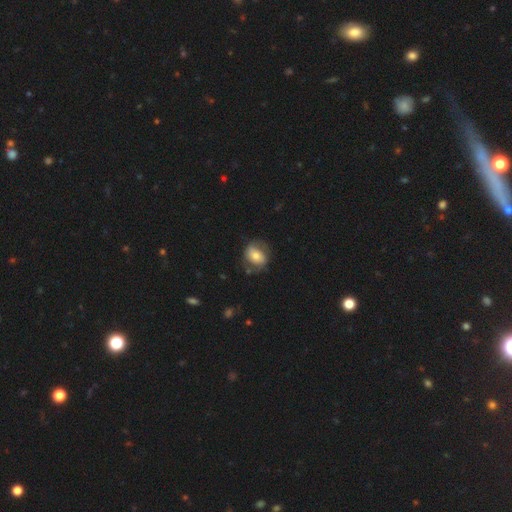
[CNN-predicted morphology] smooth-or-featured: smooth: 54% | featured or disk: 38% | star or artifact: 7%
  how-rounded: in between: 58% | round: 41% | cigar-shaped: 1%
  merging: none: 64% | minor disturbance: 21% | major disturbance: 12% | merger: 2%